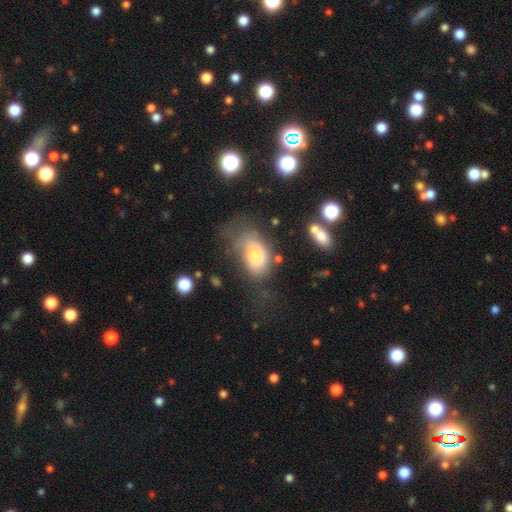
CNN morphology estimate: type=smooth (68%); roundness=in between (86%); merging=none (37%).